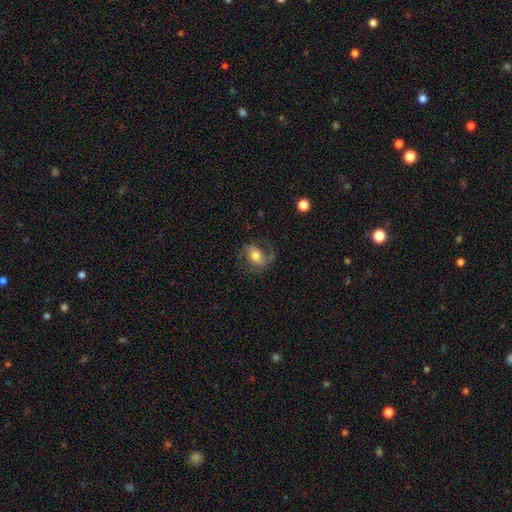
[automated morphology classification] The model was most divided on "smooth or featured": featured or disk: 54%, smooth: 38%, star or artifact: 8%. Remaining: edge-on disk — no (96%); spiral arms — yes (84%); merging — none (62%); bulge size — moderate (61%); bar — no (50%).